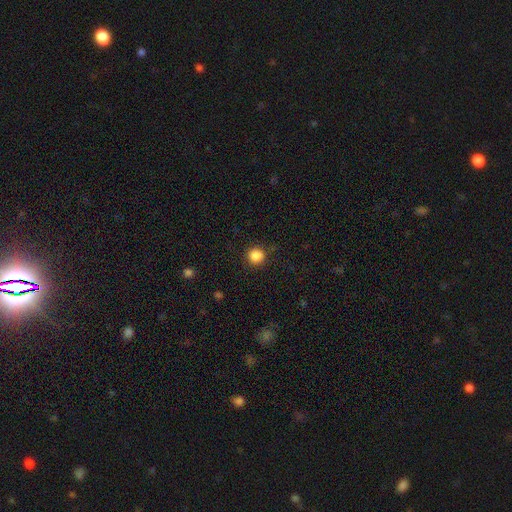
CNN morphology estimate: A smooth galaxy with no disk features (86%) that is round (93%).

Vote fractions:
- Smooth or featured? smooth: 86% / star or artifact: 11% / featured or disk: 3%
- How rounded? round: 93% / in between: 6% / cigar-shaped: 1%
- Merging? none: 87% / minor disturbance: 9% / major disturbance: 3% / merger: 1%